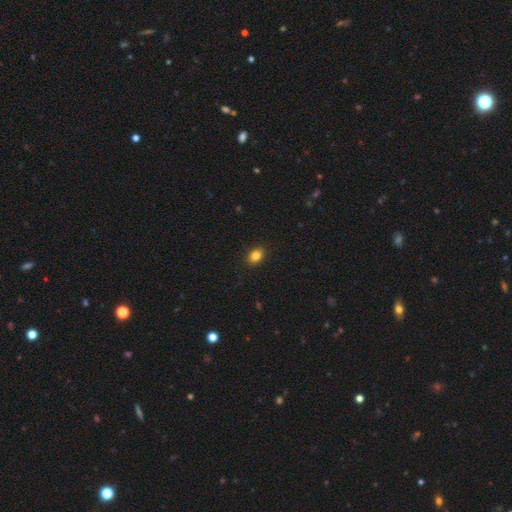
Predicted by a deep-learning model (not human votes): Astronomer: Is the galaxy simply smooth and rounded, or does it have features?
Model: smooth — 84%.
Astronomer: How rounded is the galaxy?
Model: in between — 58% (runner-up: round, 41%).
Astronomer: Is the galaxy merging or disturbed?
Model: none — 89%.